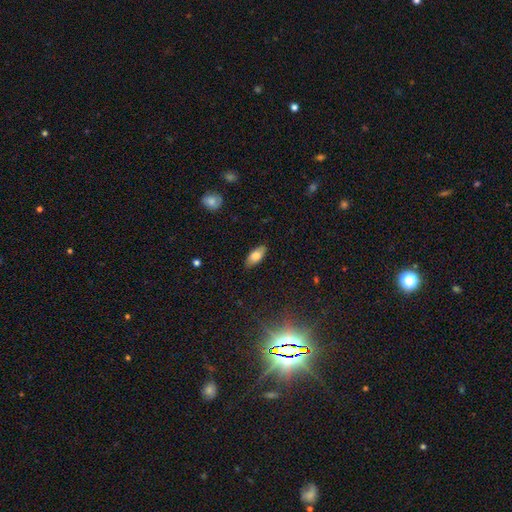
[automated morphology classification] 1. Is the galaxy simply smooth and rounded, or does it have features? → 77% smooth, 16% featured or disk, 7% star or artifact.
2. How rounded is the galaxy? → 87% in between, 10% cigar-shaped, 2% round.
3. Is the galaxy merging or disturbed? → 85% none, 12% minor disturbance, 2% major disturbance, 1% merger.